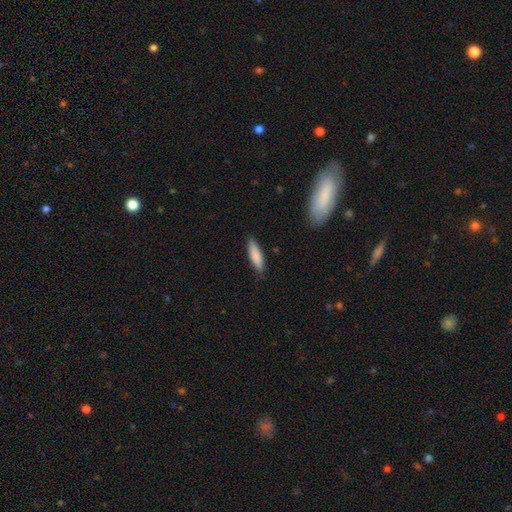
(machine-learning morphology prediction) This appears to be a smooth galaxy with no disk features (84%) that is cigar-shaped (61%). Merging: none (83%).